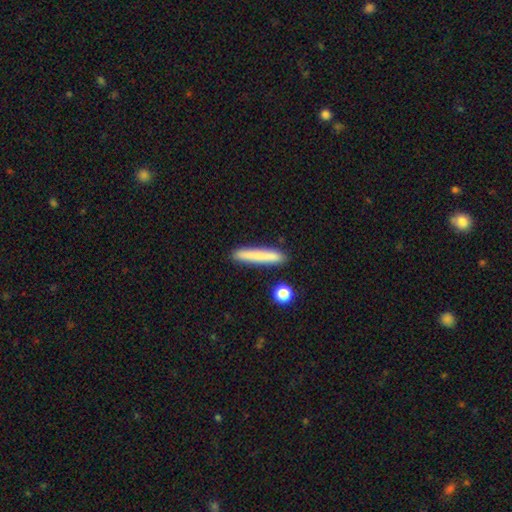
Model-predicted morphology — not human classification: A smooth galaxy with no disk features (78%) that is cigar-shaped (94%).

Vote fractions:
- Smooth or featured? smooth: 78% / featured or disk: 15% / star or artifact: 7%
- How rounded? cigar-shaped: 94% / in between: 5% / round: 2%
- Merging? none: 87% / minor disturbance: 8% / merger: 3% / major disturbance: 2%